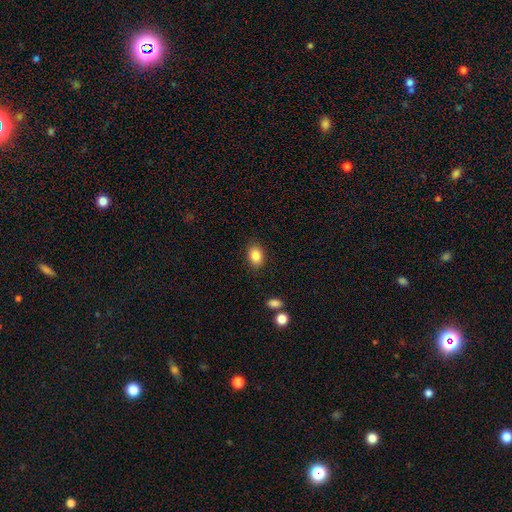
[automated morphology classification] This is clearly a smooth galaxy (85%). How rounded: likely in between (76%). Merging: clearly none (86%).